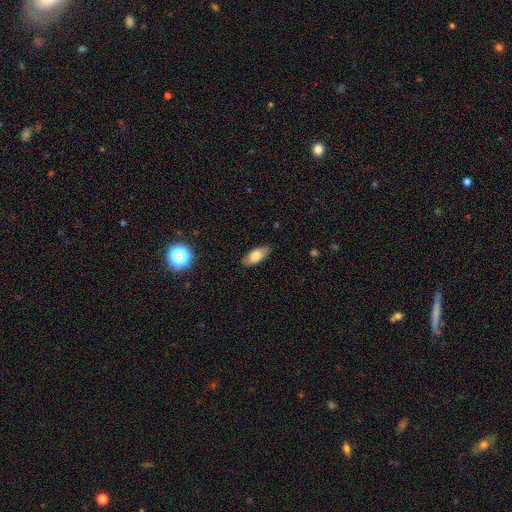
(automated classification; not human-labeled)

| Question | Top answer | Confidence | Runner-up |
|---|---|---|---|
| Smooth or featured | smooth | 78% | featured or disk (15%) |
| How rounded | in between | 86% | cigar-shaped (12%) |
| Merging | none | 83% | minor disturbance (14%) |